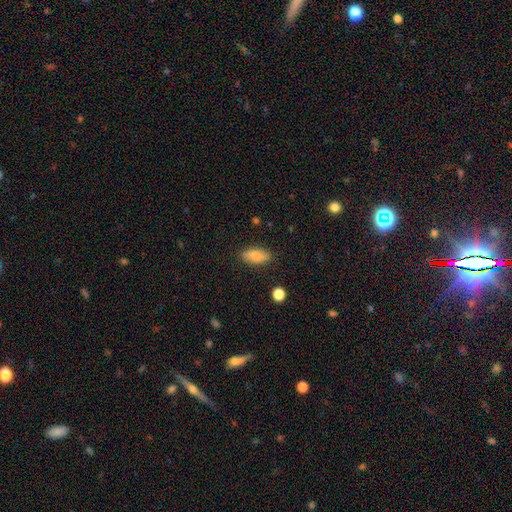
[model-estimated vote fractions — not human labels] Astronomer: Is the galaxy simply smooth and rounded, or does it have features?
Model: smooth — 84%.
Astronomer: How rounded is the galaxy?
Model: in between — 84%.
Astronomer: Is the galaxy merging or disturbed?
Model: none — 85%.